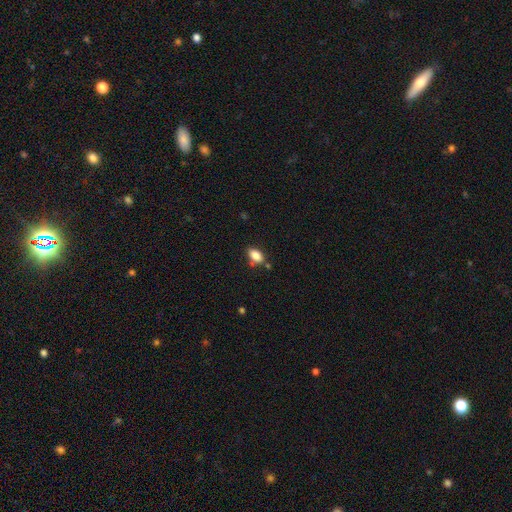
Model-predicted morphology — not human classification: A smooth galaxy with no disk features (85%) that is in between round and cigar-shaped (90%).

Vote fractions:
- Smooth or featured? smooth: 85% / star or artifact: 9% / featured or disk: 7%
- How rounded? in between: 90% / round: 6% / cigar-shaped: 4%
- Merging? none: 73% / minor disturbance: 17% / merger: 7% / major disturbance: 4%